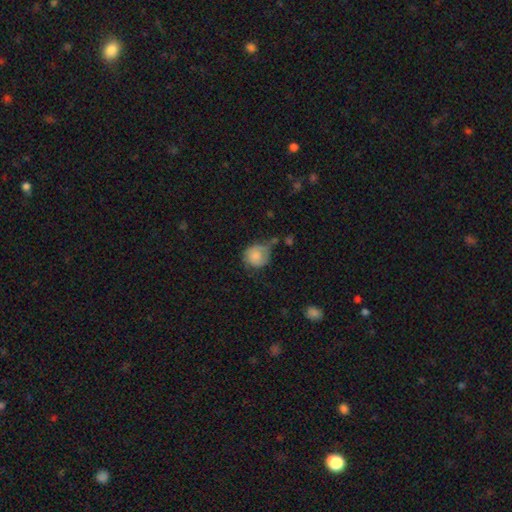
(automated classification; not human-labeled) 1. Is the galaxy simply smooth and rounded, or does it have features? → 79% smooth, 14% featured or disk, 7% star or artifact.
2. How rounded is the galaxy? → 82% round, 17% in between, 1% cigar-shaped.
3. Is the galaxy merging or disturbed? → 41% none, 35% minor disturbance, 15% major disturbance, 8% merger.